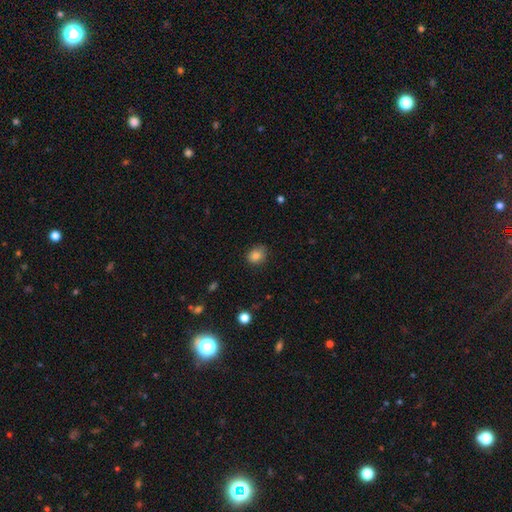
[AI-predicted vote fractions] Morphology: type=smooth (83%); roundness=round (59%); merging=none (77%).